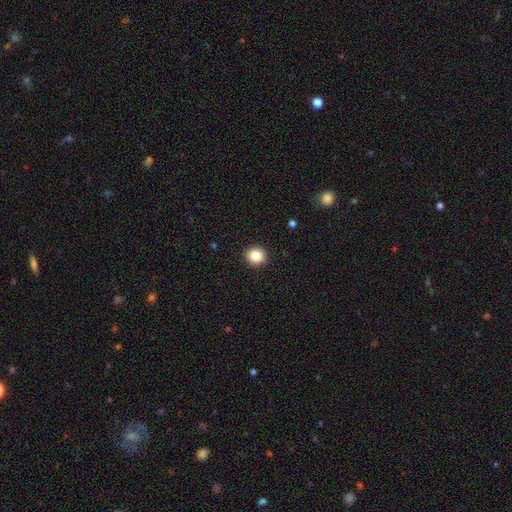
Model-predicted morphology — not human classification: smooth_or_featured: smooth (p=0.85) [alt: star or artifact p=0.10]
how_rounded: round (p=0.90) [alt: in between p=0.09]
merging: none (p=0.93) [alt: minor disturbance p=0.05]